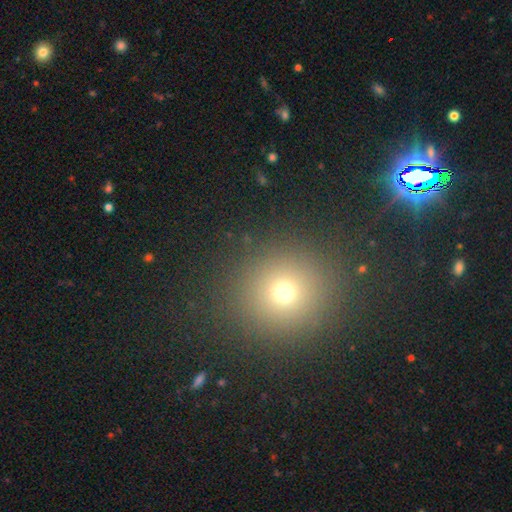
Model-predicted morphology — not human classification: This is possibly a smooth galaxy (57%). How rounded: clearly round (90%). Merging: clearly none (91%).